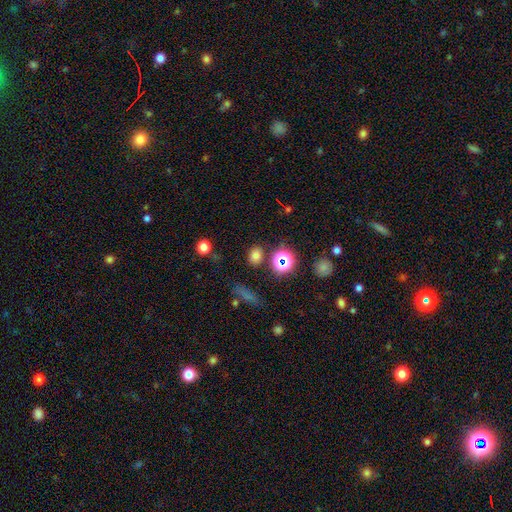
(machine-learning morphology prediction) Smooth or featured?
  - smooth: 72% *
  - star or artifact: 21%
  - featured or disk: 7%
How rounded?
  - in between: 53% *
  - round: 46%
  - cigar-shaped: 2%
Merging?
  - none: 82% *
  - minor disturbance: 9%
  - merger: 5%
  - major disturbance: 3%